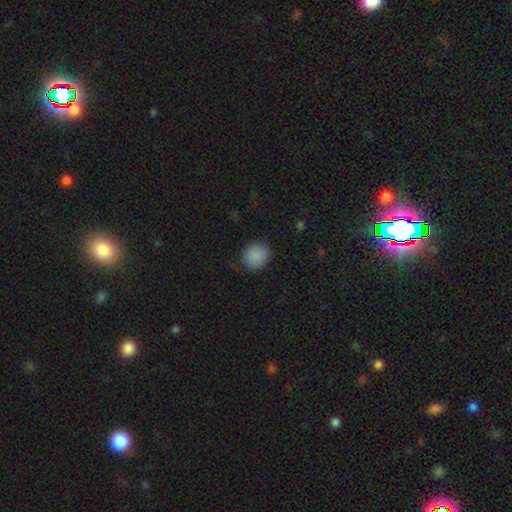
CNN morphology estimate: Overall: smooth (87%). How rounded: round (80%). Merging: none (80%).